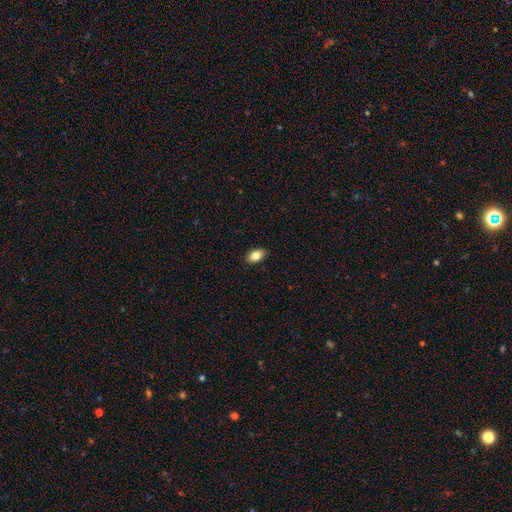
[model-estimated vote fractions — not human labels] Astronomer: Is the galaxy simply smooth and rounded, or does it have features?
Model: smooth — 84%.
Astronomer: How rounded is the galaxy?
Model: in between — 90%.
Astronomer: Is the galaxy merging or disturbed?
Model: none — 89%.